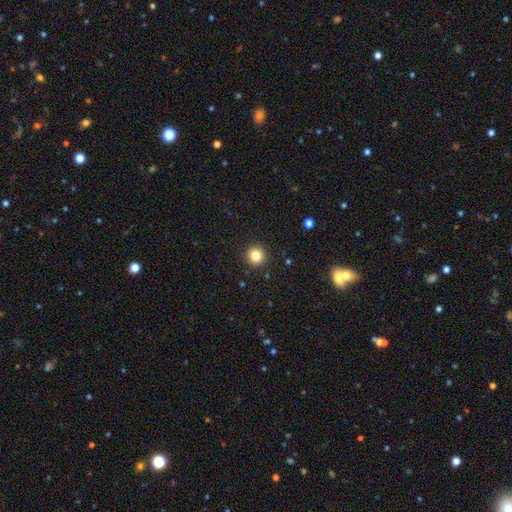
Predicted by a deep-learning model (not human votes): The model was most divided on "smooth or featured": smooth: 83%, star or artifact: 12%, featured or disk: 6%. More confident: how rounded — round (95%); merging — none (93%).